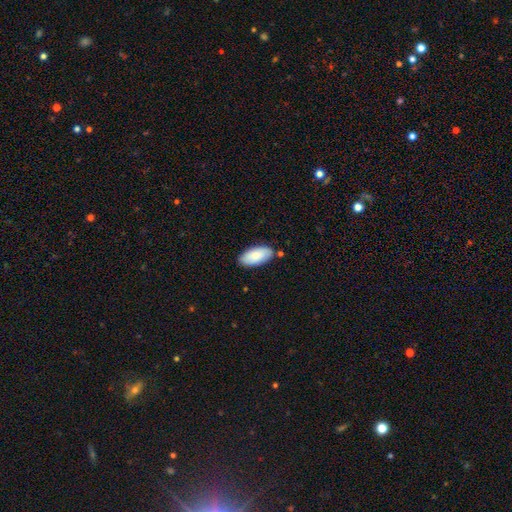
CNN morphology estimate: Q: Smooth or featured?
A: smooth (81%); runner-up: featured or disk (13%)
Q: How rounded?
A: in between (94%); runner-up: cigar-shaped (5%)
Q: Merging?
A: none (83%); runner-up: minor disturbance (12%)